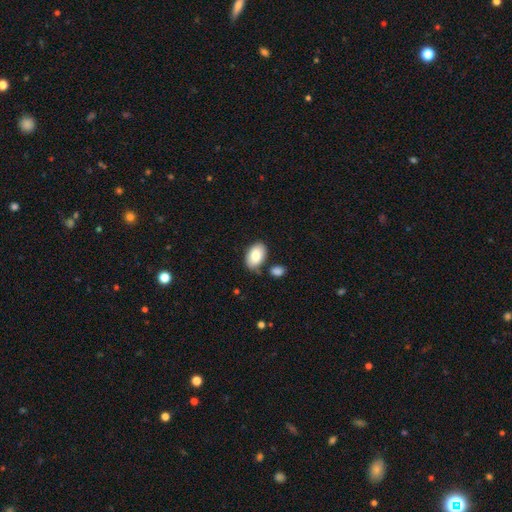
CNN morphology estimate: type=smooth (82%); roundness=in between (92%); merging=none (73%).